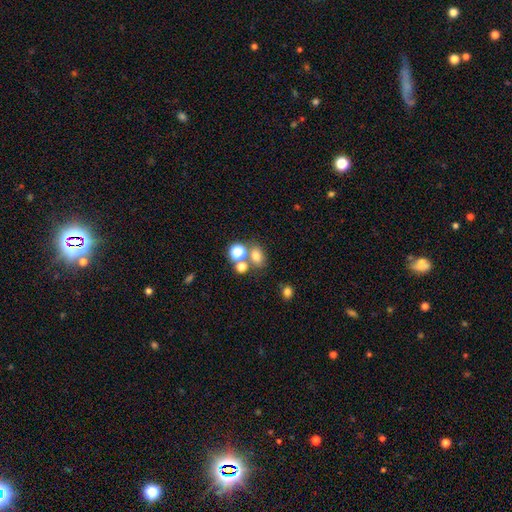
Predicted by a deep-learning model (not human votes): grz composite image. It shows a smooth galaxy with no disk features (73%) that is in between round and cigar-shaped (53%). Merging: none (57%).